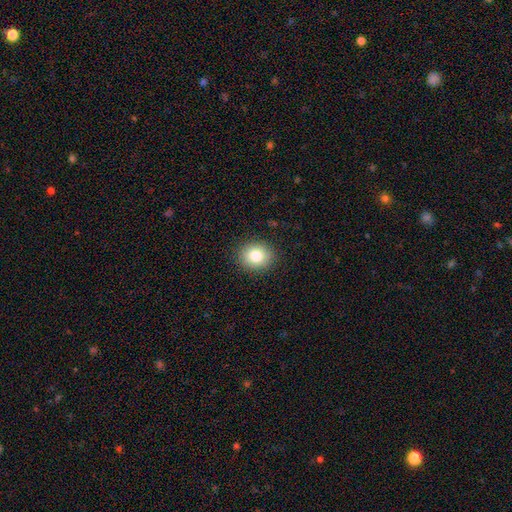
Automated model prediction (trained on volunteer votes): A smooth galaxy with no disk features (83%) that is round (65%). Merging: none (90%).